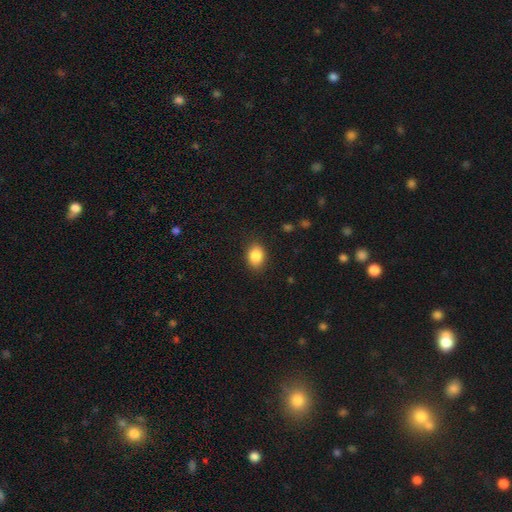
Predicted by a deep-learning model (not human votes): A smooth galaxy with no disk features (87%) that is in between round and cigar-shaped (63%). Merging: none (86%).